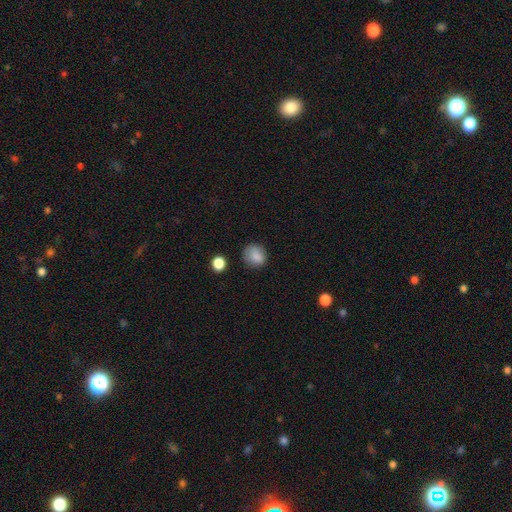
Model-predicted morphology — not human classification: Smooth or featured?
  - smooth: 85% *
  - star or artifact: 10%
  - featured or disk: 5%
How rounded?
  - round: 70% *
  - in between: 29%
  - cigar-shaped: 1%
Merging?
  - none: 75% *
  - minor disturbance: 18%
  - major disturbance: 5%
  - merger: 2%